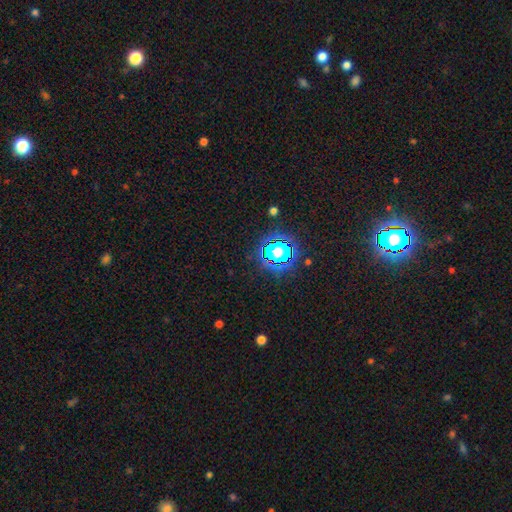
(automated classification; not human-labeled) A star or artifact, not a galaxy (83%).